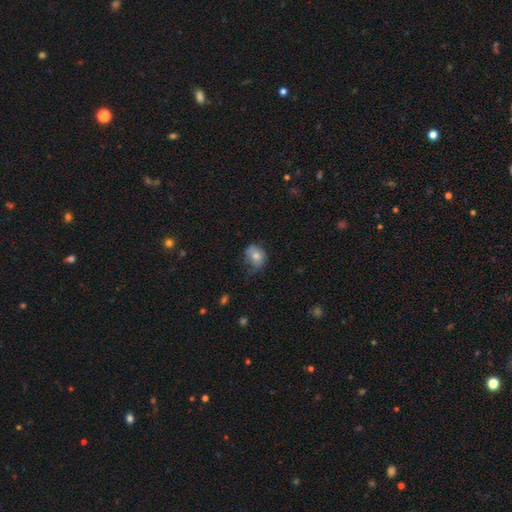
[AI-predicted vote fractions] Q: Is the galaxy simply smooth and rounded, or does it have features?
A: smooth — 71%.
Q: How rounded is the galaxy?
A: round — 53%.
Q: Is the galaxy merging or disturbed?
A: none — 44%.